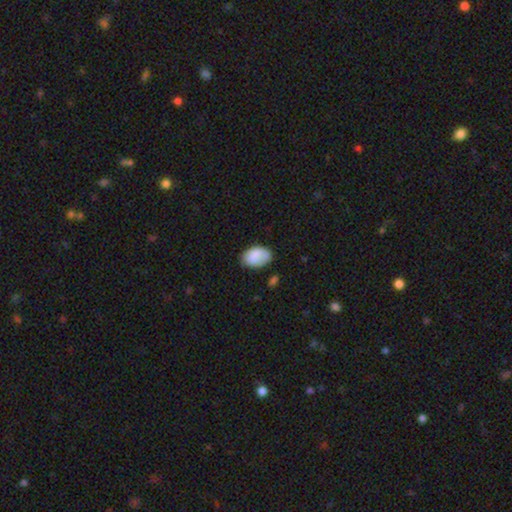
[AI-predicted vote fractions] smooth-or-featured: smooth: 83% | featured or disk: 10% | star or artifact: 7%
  how-rounded: in between: 88% | round: 10% | cigar-shaped: 1%
  merging: none: 65% | minor disturbance: 26% | major disturbance: 7% | merger: 3%